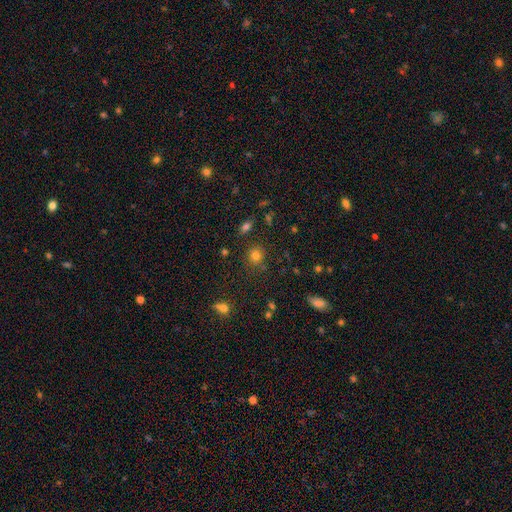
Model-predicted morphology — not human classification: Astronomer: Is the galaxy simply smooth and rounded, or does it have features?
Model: smooth — 75%.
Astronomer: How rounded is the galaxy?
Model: round — 80%.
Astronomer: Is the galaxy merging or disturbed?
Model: none — 82%.